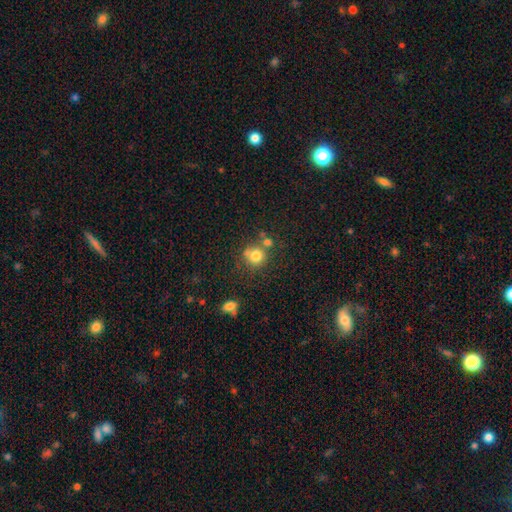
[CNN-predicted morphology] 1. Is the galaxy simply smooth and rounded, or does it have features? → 77% smooth, 12% star or artifact, 10% featured or disk.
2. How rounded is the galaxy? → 89% round, 10% in between, 1% cigar-shaped.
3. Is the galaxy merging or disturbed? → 59% none, 26% merger, 11% minor disturbance, 5% major disturbance.